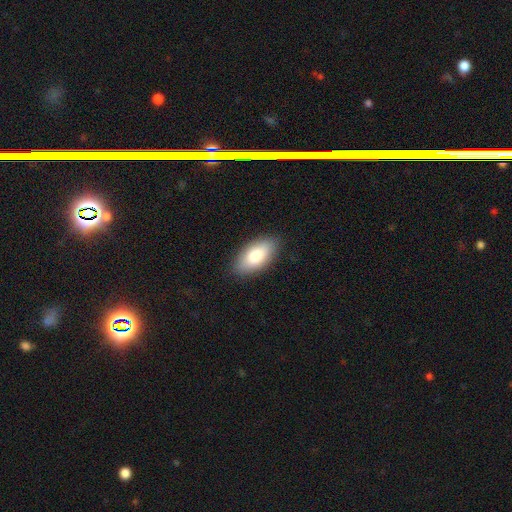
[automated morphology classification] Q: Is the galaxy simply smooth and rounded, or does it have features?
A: smooth — 82%.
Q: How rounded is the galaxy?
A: in between — 93%.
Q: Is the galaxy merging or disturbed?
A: none — 87%.